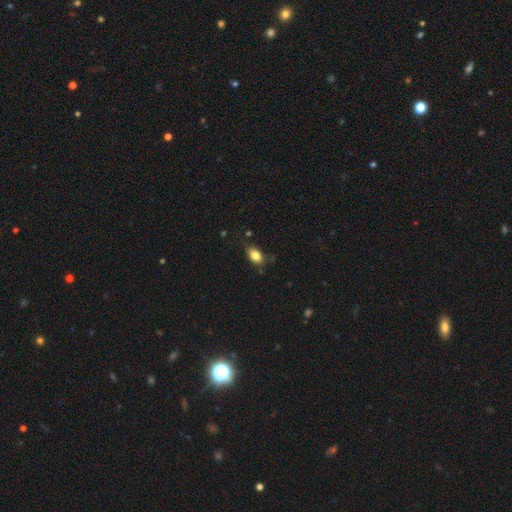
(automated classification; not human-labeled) Q: Smooth or featured?
A: smooth (82%); runner-up: featured or disk (9%)
Q: How rounded?
A: in between (85%); runner-up: round (12%)
Q: Merging?
A: none (70%); runner-up: minor disturbance (23%)